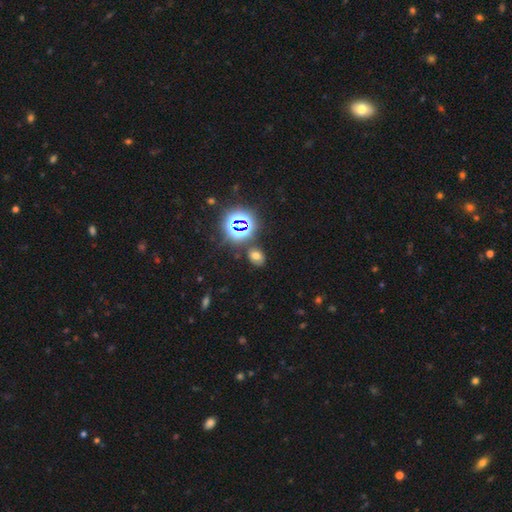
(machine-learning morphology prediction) Q: Smooth or featured?
A: smooth (57%); runner-up: star or artifact (33%)
Q: How rounded?
A: in between (64%); runner-up: round (35%)
Q: Merging?
A: none (78%); runner-up: minor disturbance (12%)